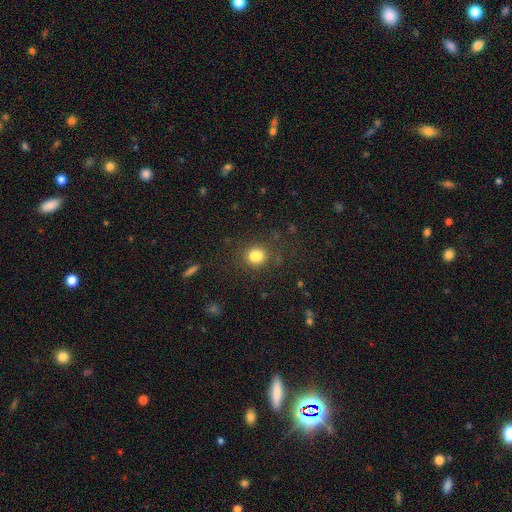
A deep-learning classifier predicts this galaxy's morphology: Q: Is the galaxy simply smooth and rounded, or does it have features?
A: smooth — 80%.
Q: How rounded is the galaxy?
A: round — 72%.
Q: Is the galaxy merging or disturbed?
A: none — 67%.